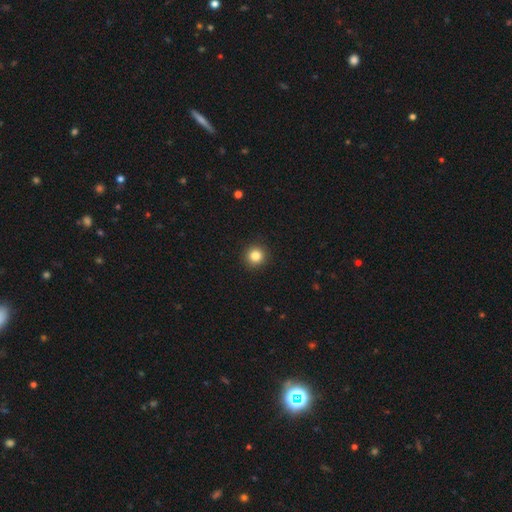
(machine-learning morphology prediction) Smooth or featured? smooth (84%)
How rounded? round (95%)
Merging? none (93%)